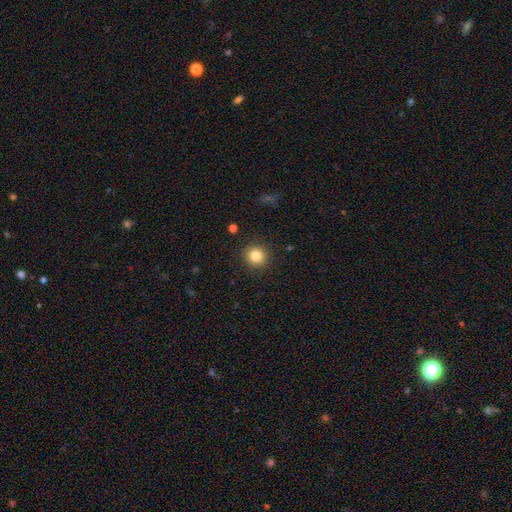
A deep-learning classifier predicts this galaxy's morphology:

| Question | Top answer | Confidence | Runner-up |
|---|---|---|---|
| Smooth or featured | smooth | 83% | star or artifact (11%) |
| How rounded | round | 91% | in between (8%) |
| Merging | none | 91% | minor disturbance (6%) |